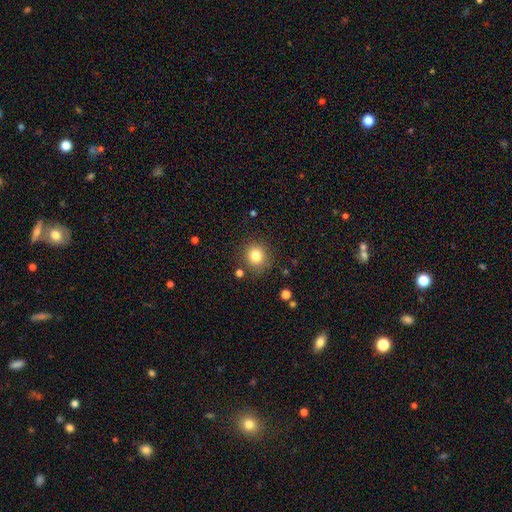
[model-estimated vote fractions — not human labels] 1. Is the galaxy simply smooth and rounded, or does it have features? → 80% smooth, 12% star or artifact, 7% featured or disk.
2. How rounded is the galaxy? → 89% round, 10% in between, 1% cigar-shaped.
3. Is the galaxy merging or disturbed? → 85% none, 9% minor disturbance, 3% major disturbance, 3% merger.